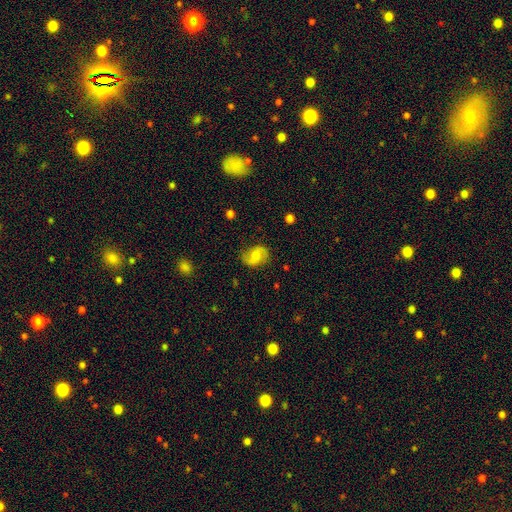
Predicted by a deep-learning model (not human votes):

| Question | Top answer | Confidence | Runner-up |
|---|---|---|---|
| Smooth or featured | featured or disk | 54% | smooth (37%) |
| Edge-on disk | no | 97% | yes (3%) |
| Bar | no | 50% | weak (41%) |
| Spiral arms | yes | 90% | no (10%) |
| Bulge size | moderate | 49% | small (32%) |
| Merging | none | 75% | minor disturbance (18%) |